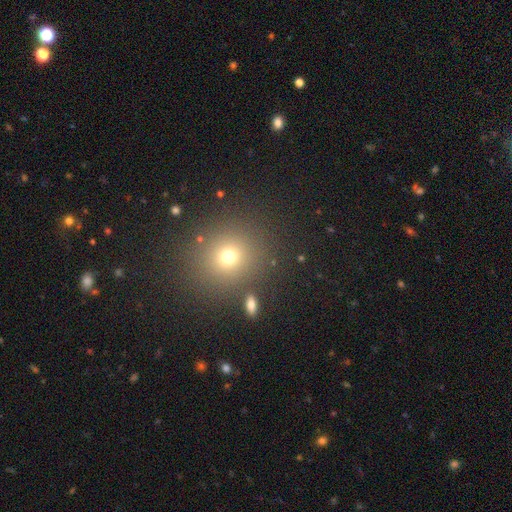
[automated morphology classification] This is likely a smooth galaxy (62%). How rounded: clearly round (86%). Merging: clearly none (88%).